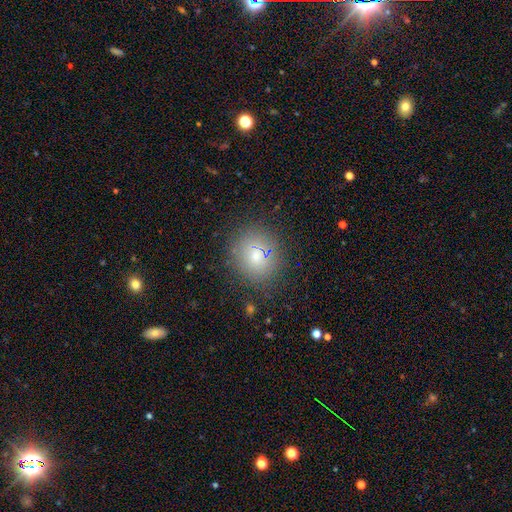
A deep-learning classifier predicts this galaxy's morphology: smooth-or-featured: smooth: 68% | star or artifact: 16% | featured or disk: 16%
  how-rounded: round: 78% | in between: 21% | cigar-shaped: 1%
  merging: none: 79% | minor disturbance: 11% | merger: 6% | major disturbance: 3%